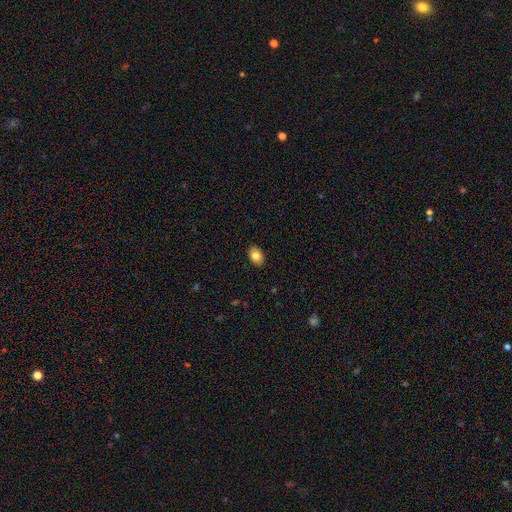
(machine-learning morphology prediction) type=smooth (82%); roundness=in between (81%); merging=none (90%).